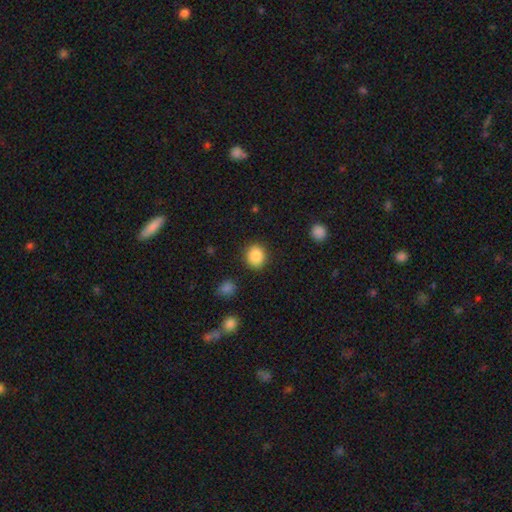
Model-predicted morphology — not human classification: Overall: smooth (88%). How rounded: round (74%). Merging: none (89%).